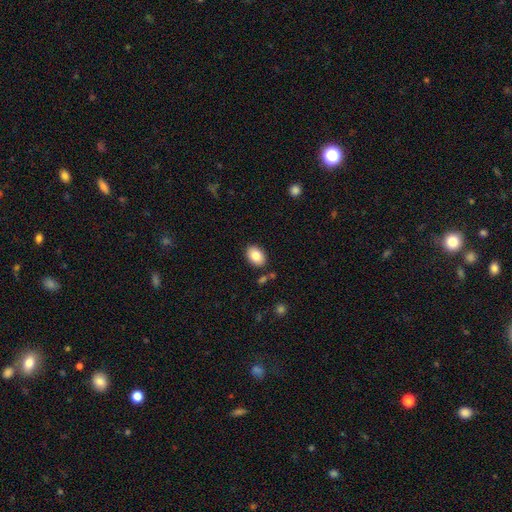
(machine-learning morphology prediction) A smooth galaxy with no disk features (85%) that is in between round and cigar-shaped (84%).

Vote fractions:
- Smooth or featured? smooth: 85% / featured or disk: 8% / star or artifact: 7%
- How rounded? in between: 84% / round: 15% / cigar-shaped: 1%
- Merging? none: 85% / minor disturbance: 9% / merger: 3% / major disturbance: 2%